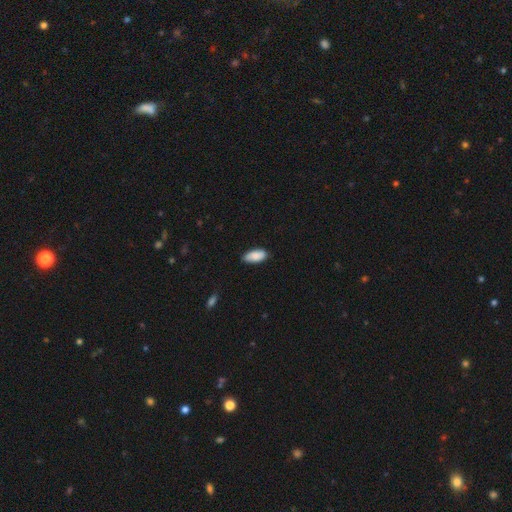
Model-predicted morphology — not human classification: This appears to be a smooth galaxy with no disk features (87%) that is in between round and cigar-shaped (91%). Merging: none (80%).